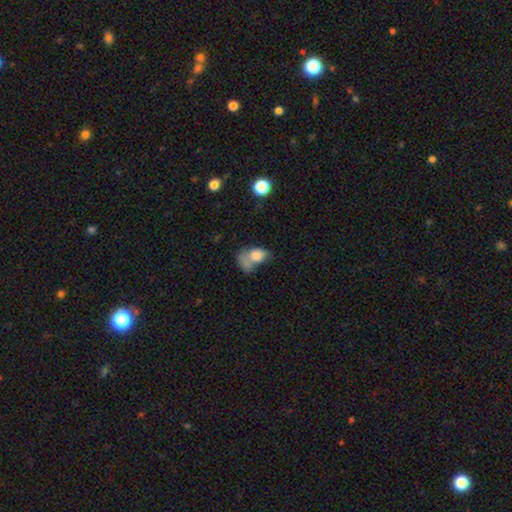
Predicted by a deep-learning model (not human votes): Smooth or featured?
  - smooth: 74% *
  - featured or disk: 15%
  - star or artifact: 10%
How rounded?
  - in between: 75% *
  - round: 23%
  - cigar-shaped: 2%
Merging?
  - merger: 43% *
  - major disturbance: 22%
  - none: 20%
  - minor disturbance: 15%